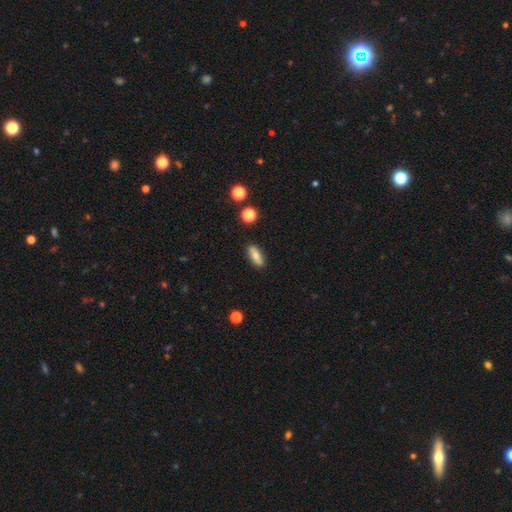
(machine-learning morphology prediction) Smooth or featured?
  - smooth: 70% *
  - featured or disk: 22%
  - star or artifact: 8%
How rounded?
  - in between: 65% *
  - cigar-shaped: 31%
  - round: 4%
Merging?
  - none: 87% *
  - minor disturbance: 9%
  - major disturbance: 2%
  - merger: 2%